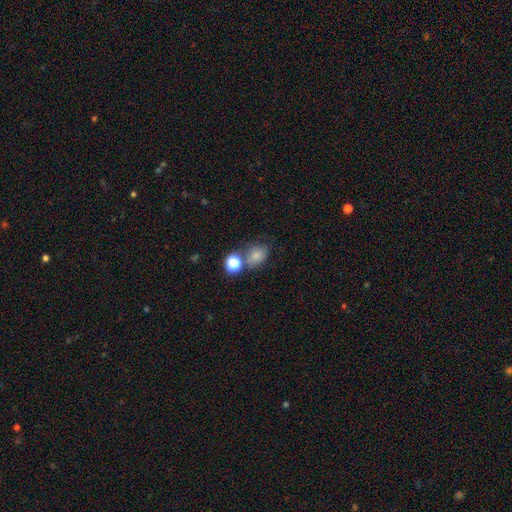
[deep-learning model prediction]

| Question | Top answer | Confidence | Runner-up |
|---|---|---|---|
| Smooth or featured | smooth | 77% | star or artifact (14%) |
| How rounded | in between | 58% | round (41%) |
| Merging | none | 58% | merger (20%) |